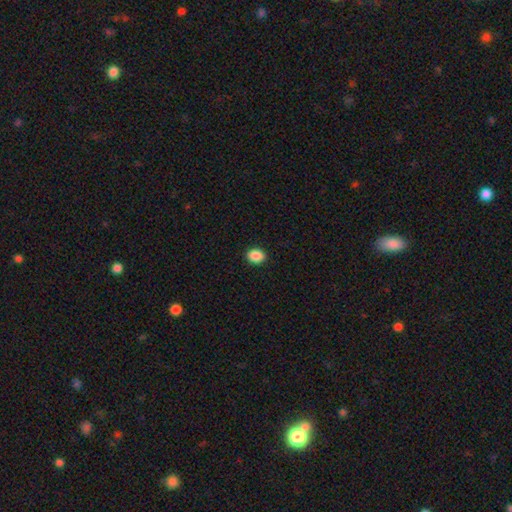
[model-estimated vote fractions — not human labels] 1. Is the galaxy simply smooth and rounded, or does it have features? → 89% smooth, 9% star or artifact, 3% featured or disk.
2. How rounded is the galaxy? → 51% in between, 48% round, 1% cigar-shaped.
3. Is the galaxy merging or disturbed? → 92% none, 6% minor disturbance, 2% major disturbance, 1% merger.